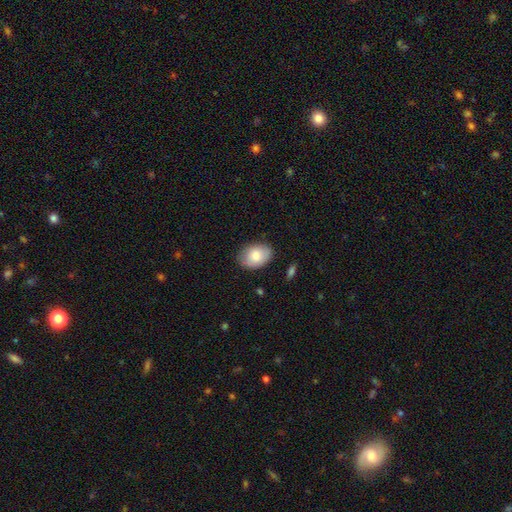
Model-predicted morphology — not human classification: A smooth galaxy with no disk features (77%) that is in between round and cigar-shaped (79%). Merging: none (80%).